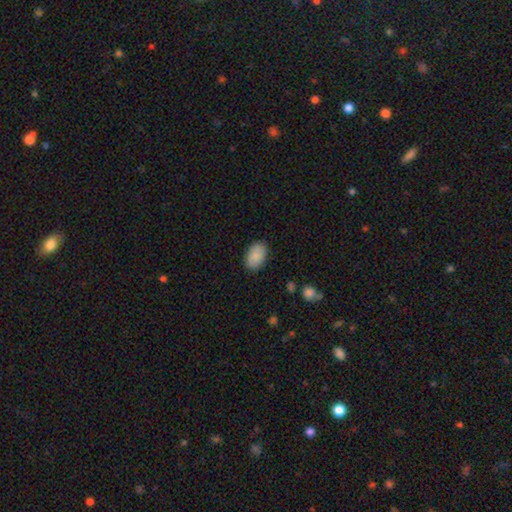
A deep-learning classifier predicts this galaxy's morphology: Smooth or featured: smooth — 88% (star or artifact — 7%)
How rounded: in between — 90% (round — 9%)
Merging: none — 87% (minor disturbance — 10%)